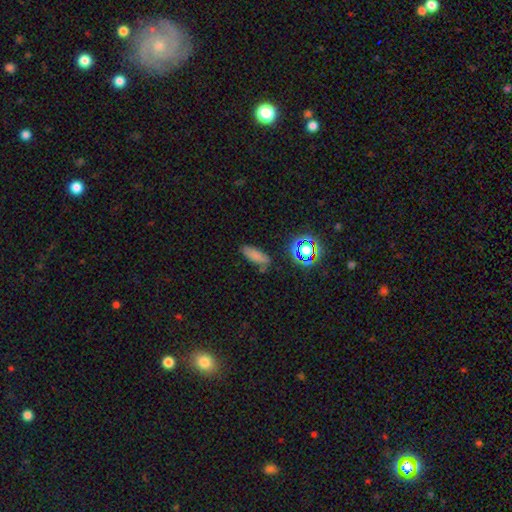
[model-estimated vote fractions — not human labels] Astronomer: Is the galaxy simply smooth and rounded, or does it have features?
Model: smooth — 73%.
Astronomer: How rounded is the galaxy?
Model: in between — 67%.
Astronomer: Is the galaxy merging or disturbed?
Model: none — 71%.